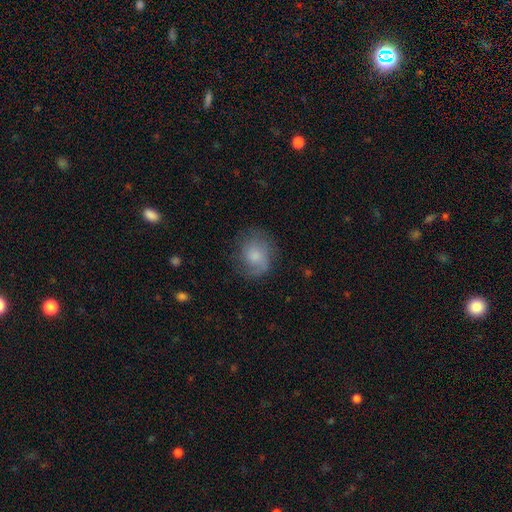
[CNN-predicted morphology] type=smooth (57%); roundness=round (69%); merging=none (63%).